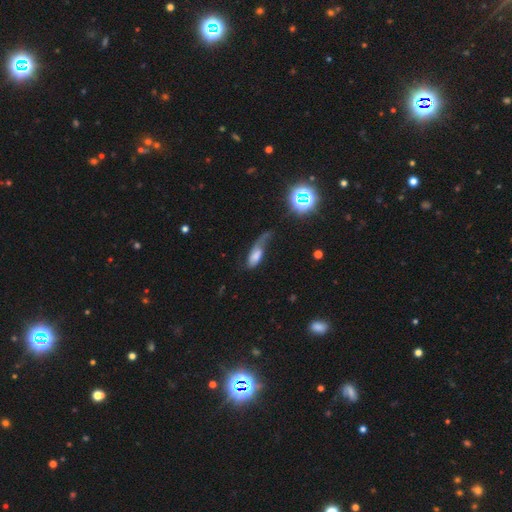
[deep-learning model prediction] This appears to be a smooth galaxy with no disk features (56%) that is in between round and cigar-shaped (73%). Merging: major disturbance (50%).